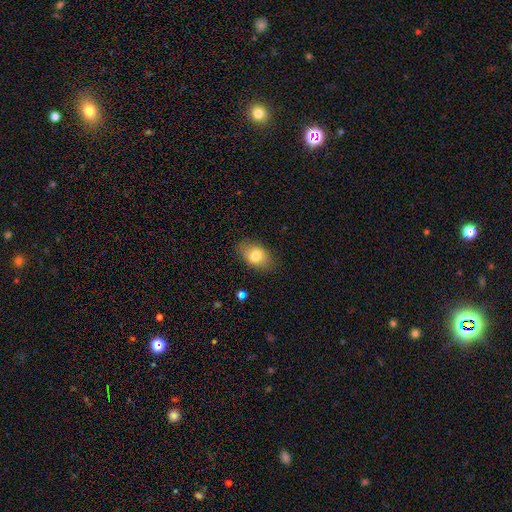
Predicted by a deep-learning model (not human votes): Smooth or featured? smooth (79%)
How rounded? in between (82%)
Merging? none (82%)